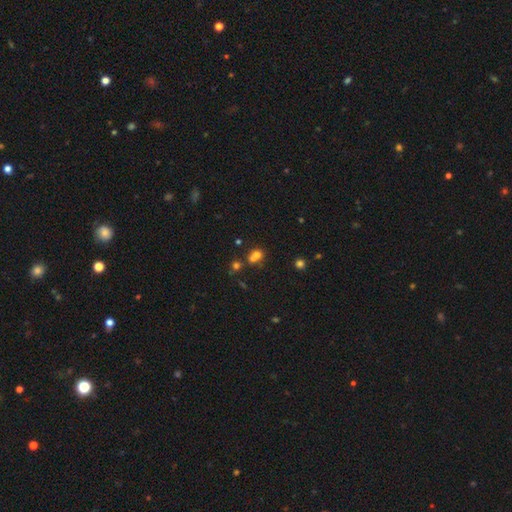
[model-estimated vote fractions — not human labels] The model was most divided on "merging": merger: 52%, none: 34%, minor disturbance: 9%, major disturbance: 5%. More confident: smooth or featured — smooth (66%); how rounded — round (65%).